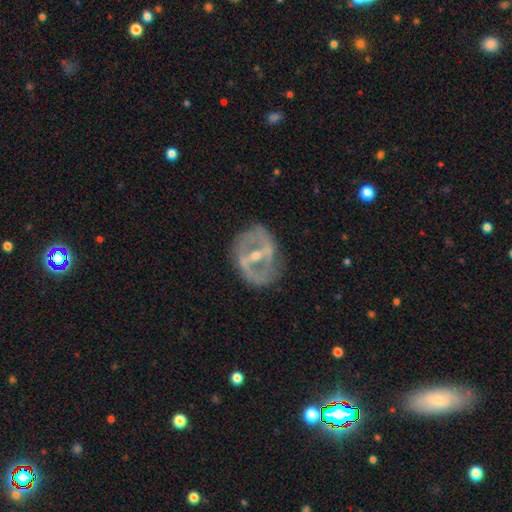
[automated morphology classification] This appears to be a featured or disk galaxy (82%) with a strong bar (66%), no spiral arms (56%) and a small central bulge (49%). Merging: none (73%).